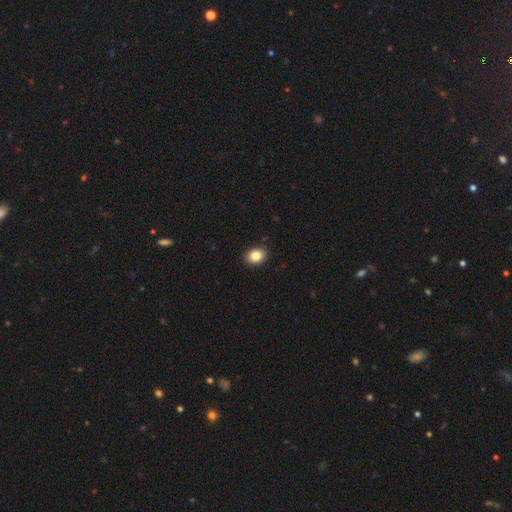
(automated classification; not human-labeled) smooth 85%, star or artifact 9%, featured or disk 6%. Down the decision tree: how rounded — in between (58%); merging — none (91%).